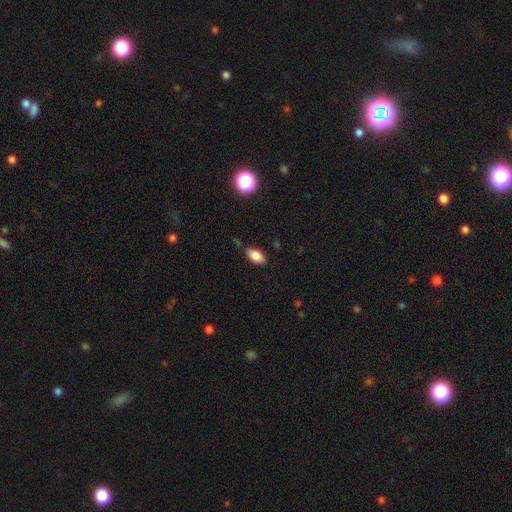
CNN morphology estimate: Smooth or featured? smooth (85%)
How rounded? in between (92%)
Merging? none (78%)